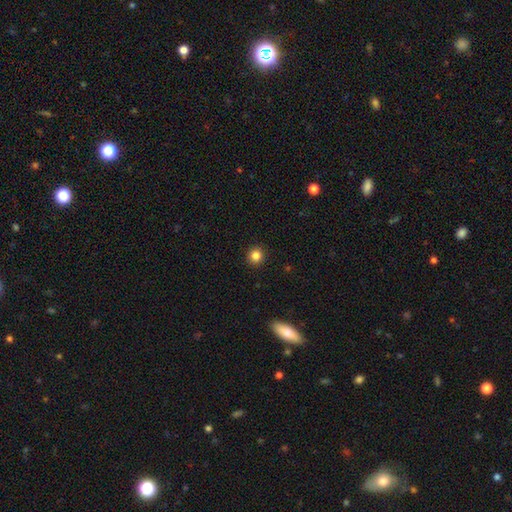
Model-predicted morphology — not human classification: This is clearly a smooth galaxy (84%). How rounded: clearly round (91%). Merging: clearly none (93%).